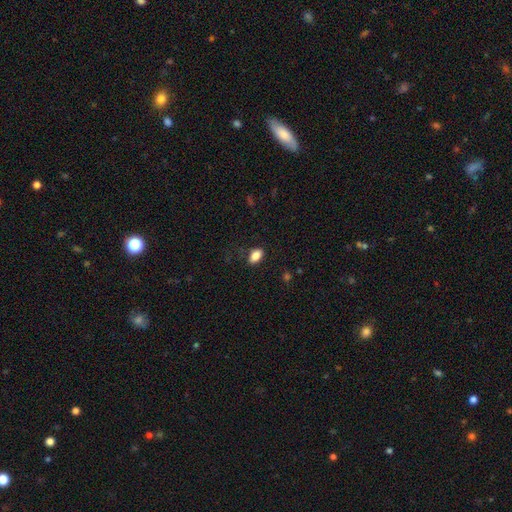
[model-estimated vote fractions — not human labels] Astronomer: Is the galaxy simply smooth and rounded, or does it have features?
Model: smooth — 86%.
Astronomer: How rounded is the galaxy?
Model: in between — 89%.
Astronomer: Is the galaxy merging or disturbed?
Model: none — 81%.